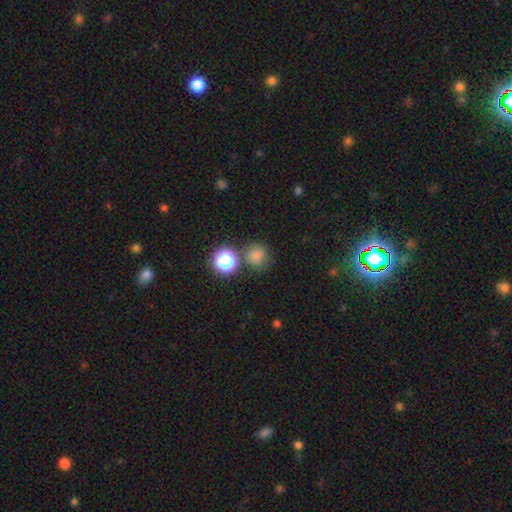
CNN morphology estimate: Q: Smooth or featured?
A: smooth (74%); runner-up: star or artifact (20%)
Q: How rounded?
A: round (87%); runner-up: in between (12%)
Q: Merging?
A: none (72%); runner-up: minor disturbance (12%)